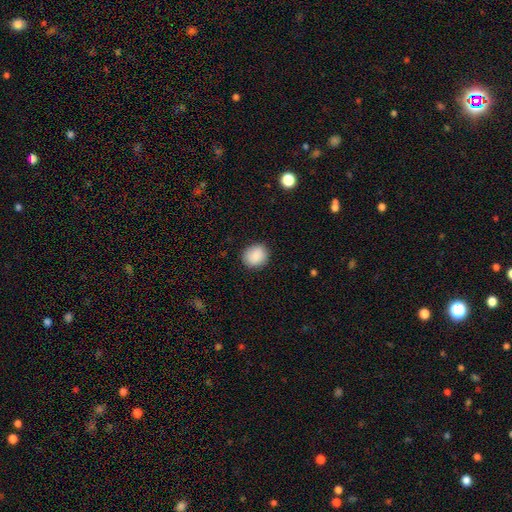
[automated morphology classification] Smooth or featured? smooth (88%)
How rounded? round (73%)
Merging? none (88%)